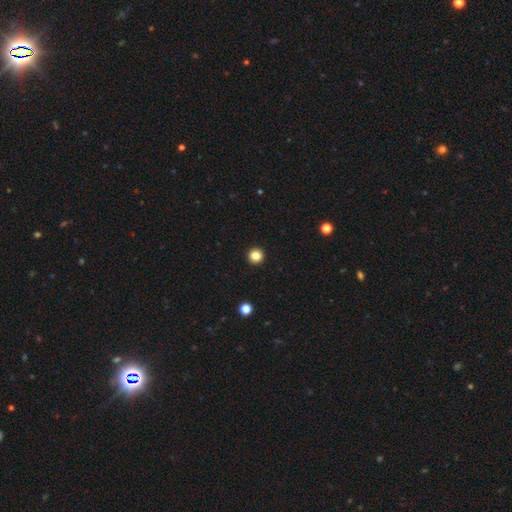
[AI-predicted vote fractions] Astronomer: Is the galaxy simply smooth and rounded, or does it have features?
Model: smooth — 84%.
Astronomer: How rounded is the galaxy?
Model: round — 96%.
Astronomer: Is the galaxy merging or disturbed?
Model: none — 94%.